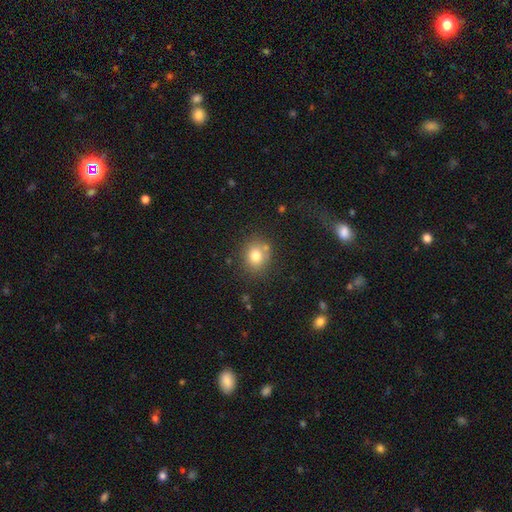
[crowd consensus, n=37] A smooth galaxy with no disk features (81%) that is round (83%). Merging: none (77%).